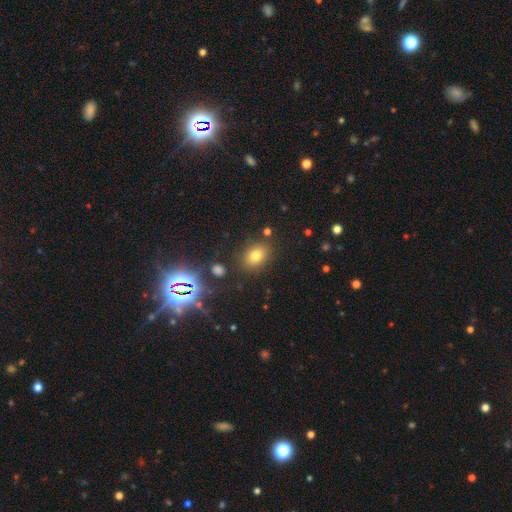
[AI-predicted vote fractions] A smooth galaxy with no disk features (73%) that is in between round and cigar-shaped (69%). Merging: none (82%).